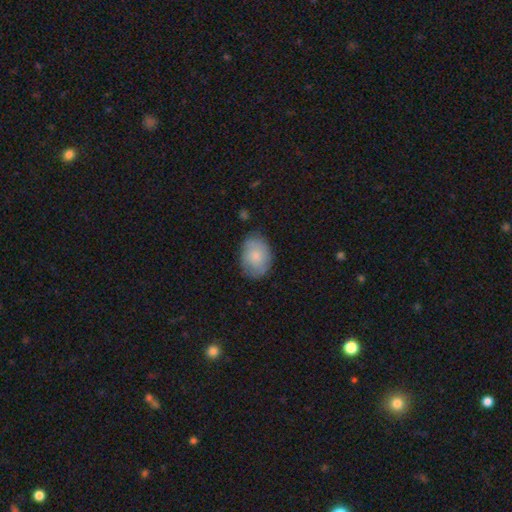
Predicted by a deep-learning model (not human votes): Smooth or featured? smooth (73%)
How rounded? in between (74%)
Merging? none (73%)